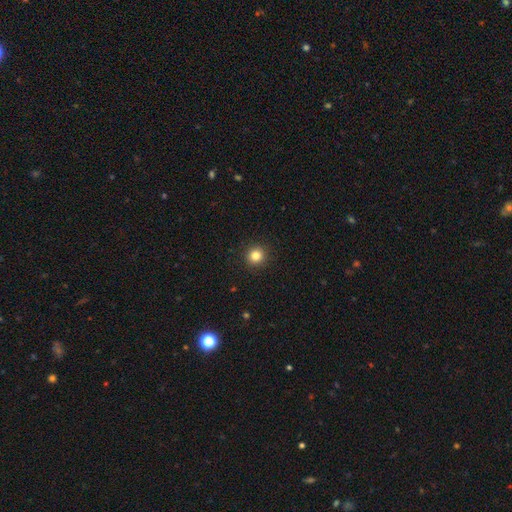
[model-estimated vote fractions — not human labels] The model was most divided on "smooth or featured": smooth: 83%, star or artifact: 12%, featured or disk: 5%. More confident: how rounded — round (94%); merging — none (93%).